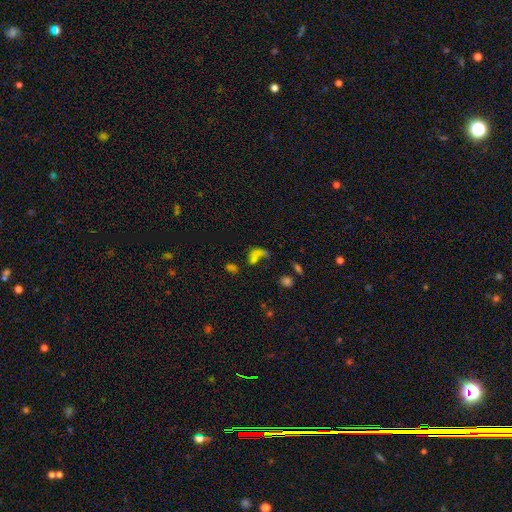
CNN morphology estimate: smooth_or_featured: smooth (p=0.54) [alt: star or artifact p=0.26]
how_rounded: in between (p=0.70) [alt: round p=0.20]
merging: merger (p=0.39) [alt: none p=0.28]